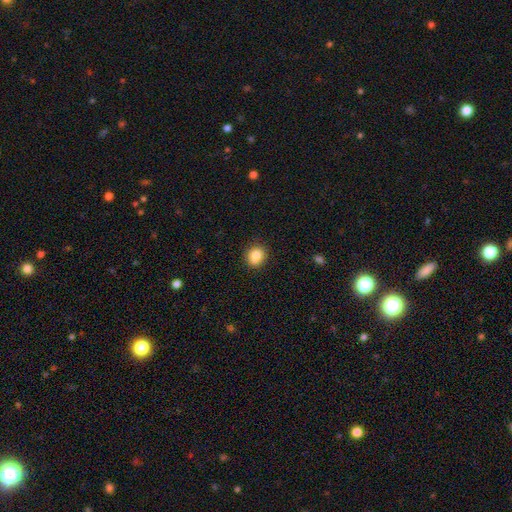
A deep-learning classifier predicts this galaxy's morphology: Smooth or featured? smooth (82%)
How rounded? round (77%)
Merging? none (75%)